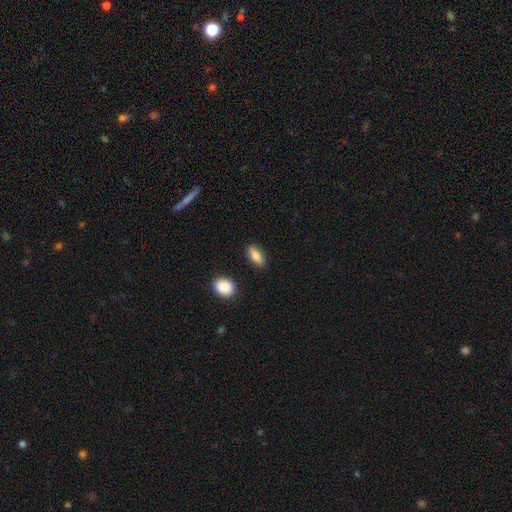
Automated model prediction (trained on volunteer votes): The model was most divided on "smooth or featured": smooth: 81%, featured or disk: 12%, star or artifact: 7%. More confident: merging — none (86%); how rounded — in between (84%).